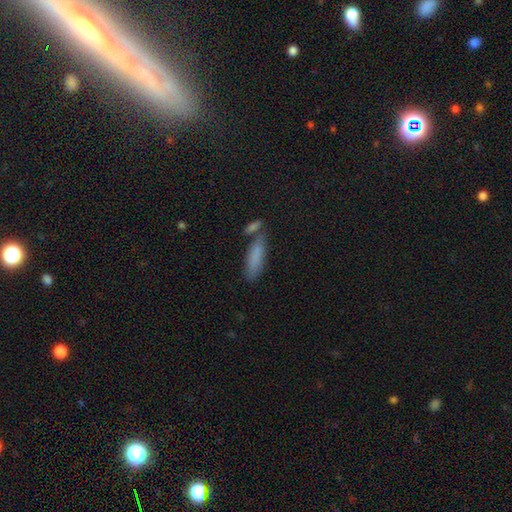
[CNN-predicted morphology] smooth-or-featured: smooth: 79% | featured or disk: 11% | star or artifact: 10%
  how-rounded: cigar-shaped: 56% | in between: 42% | round: 3%
  merging: none: 58% | merger: 23% | minor disturbance: 14% | major disturbance: 5%